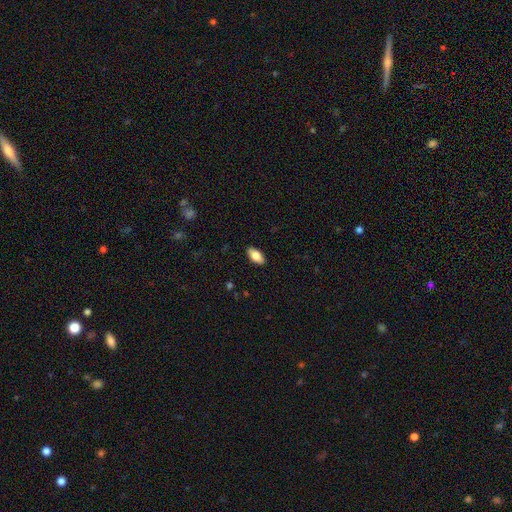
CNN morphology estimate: Smooth or featured? Predicted: smooth (p=0.81). How rounded? Predicted: in between (p=0.91). Merging? Predicted: none (p=0.89).